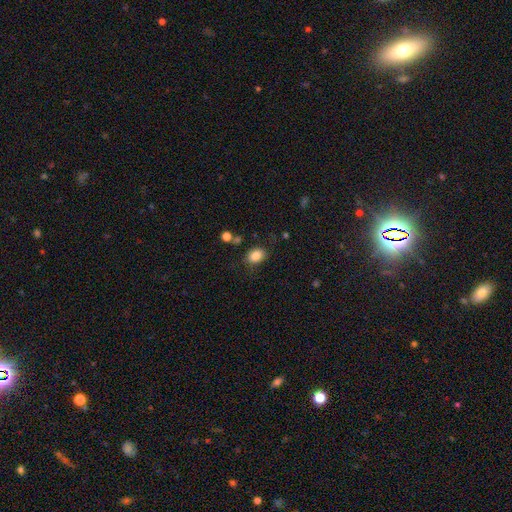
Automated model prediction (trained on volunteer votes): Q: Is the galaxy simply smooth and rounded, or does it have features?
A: smooth — 84%.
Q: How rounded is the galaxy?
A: in between — 63%.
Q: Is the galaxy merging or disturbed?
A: none — 79%.